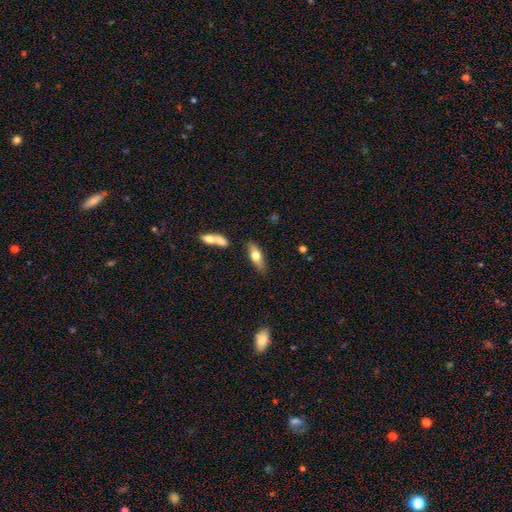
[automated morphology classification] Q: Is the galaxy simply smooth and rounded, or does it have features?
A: smooth — 58%.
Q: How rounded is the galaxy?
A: in between — 57%.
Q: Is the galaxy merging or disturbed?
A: none — 74%.